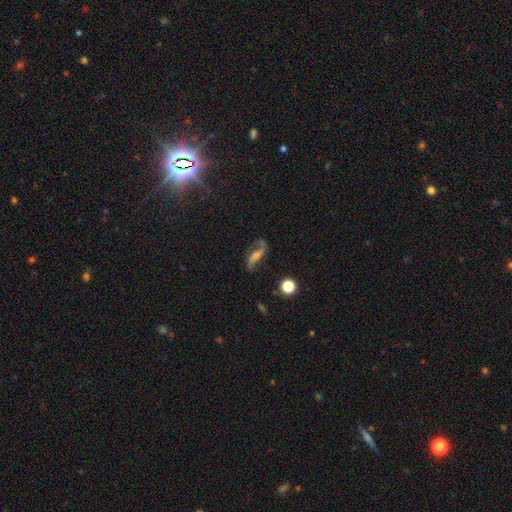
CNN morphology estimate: This appears to be a featured or disk galaxy (73%) with a strong bar (34%, tied with weak), 2 (85%) loose (68%) spiral arms (91%) and a small central bulge (41%). Merging: none (66%).